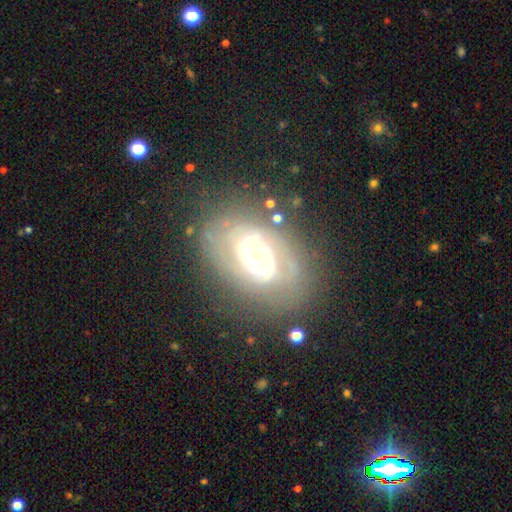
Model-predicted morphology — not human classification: Overall: featured or disk (78%). Edge-on disk: no (96%). Bar: no (58%; weak 27%). Spiral arms: yes (83%). Spiral arm count: 2 (44%; can't tell 30%). Spiral winding: tight (61%; medium 29%). Bulge size: moderate (44%; large 37%). Merging: none (69%).